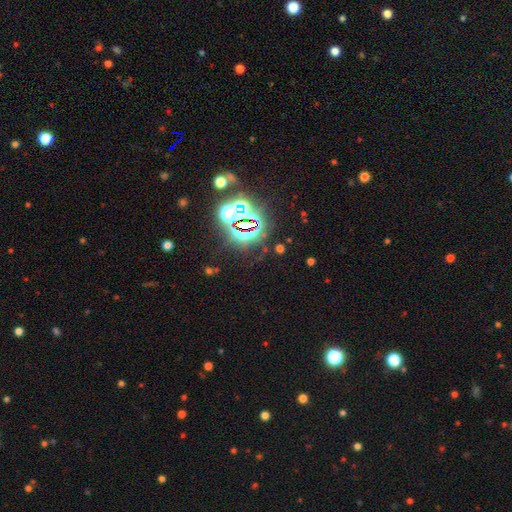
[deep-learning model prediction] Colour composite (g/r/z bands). It shows a star or artifact, not a galaxy (81%).